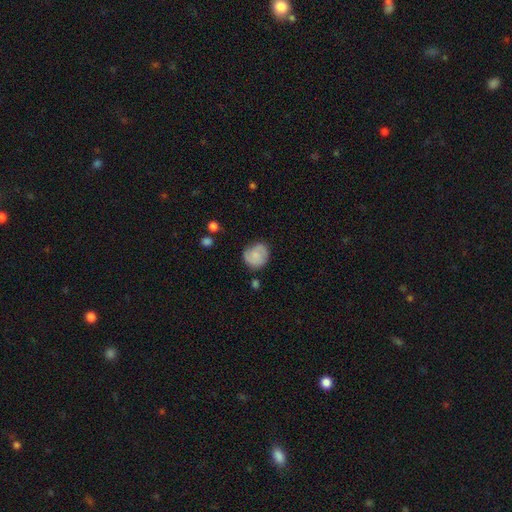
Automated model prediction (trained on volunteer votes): smooth 70%, featured or disk 22%, star or artifact 8%. Down the decision tree: how rounded — round (76%); merging — none (66%).